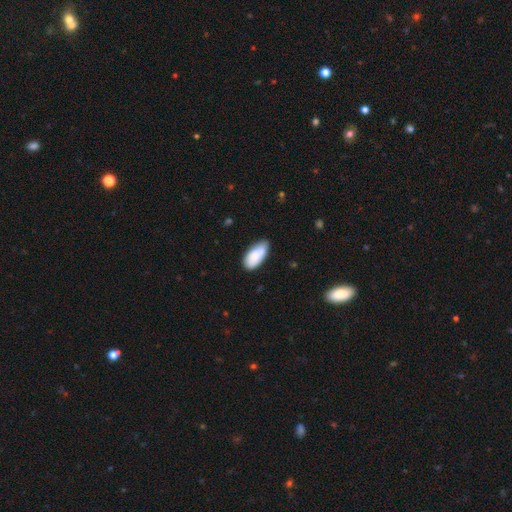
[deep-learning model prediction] A smooth galaxy with no disk features (84%) that is in between round and cigar-shaped (90%). Merging: none (70%).